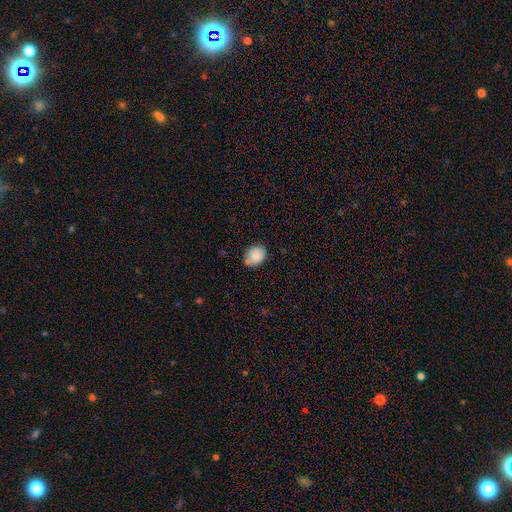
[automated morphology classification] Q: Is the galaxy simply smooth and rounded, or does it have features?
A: smooth — 85%.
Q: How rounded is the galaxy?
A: in between — 52%.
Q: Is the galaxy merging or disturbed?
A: none — 70%.